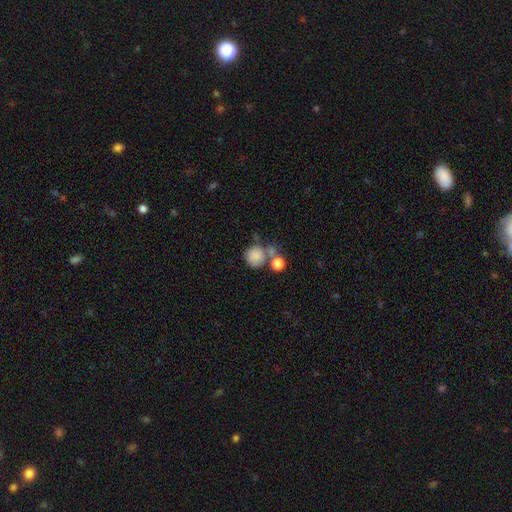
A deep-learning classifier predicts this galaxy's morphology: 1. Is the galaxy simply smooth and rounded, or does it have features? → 83% smooth, 9% star or artifact, 9% featured or disk.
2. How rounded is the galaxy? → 88% round, 11% in between, 1% cigar-shaped.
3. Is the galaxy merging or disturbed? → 49% none, 32% merger, 12% minor disturbance, 6% major disturbance.